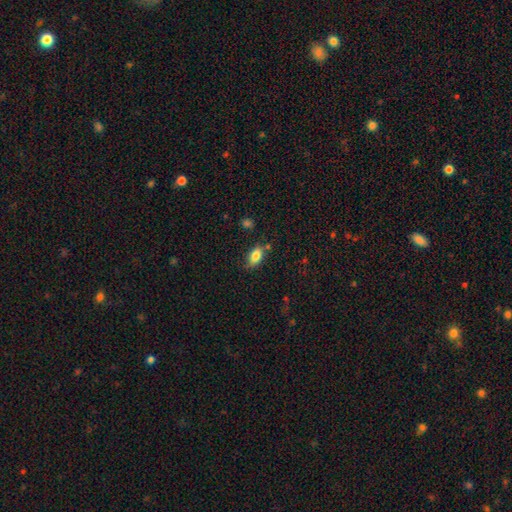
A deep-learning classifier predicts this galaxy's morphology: A smooth galaxy with no disk features (82%) that is in between round and cigar-shaped (88%). Merging: none (71%).